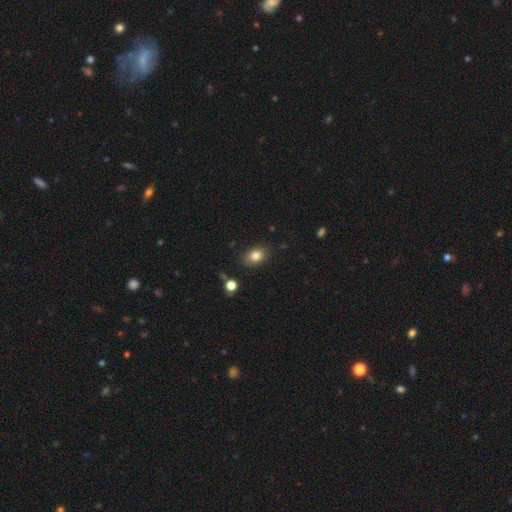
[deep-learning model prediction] A smooth galaxy with no disk features (81%) that is in between round and cigar-shaped (76%). Merging: none (82%).